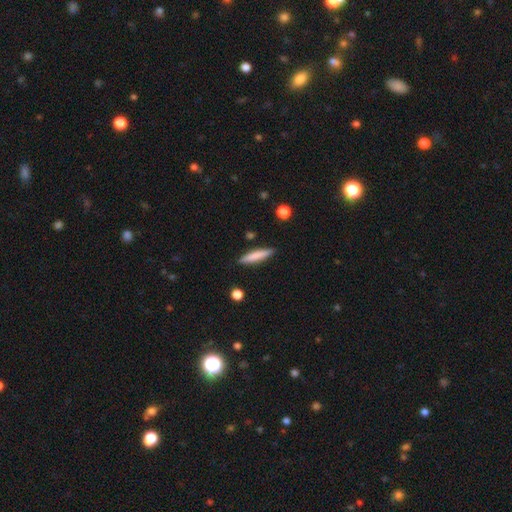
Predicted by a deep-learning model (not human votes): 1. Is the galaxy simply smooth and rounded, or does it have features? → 78% smooth, 17% featured or disk, 6% star or artifact.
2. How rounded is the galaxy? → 88% cigar-shaped, 11% in between, 1% round.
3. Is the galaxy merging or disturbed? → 88% none, 9% minor disturbance, 2% merger, 2% major disturbance.